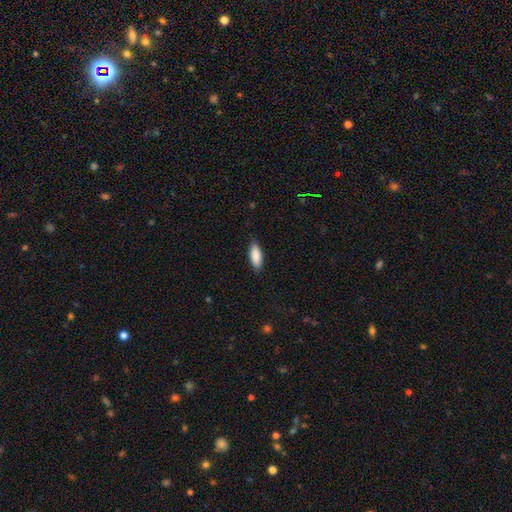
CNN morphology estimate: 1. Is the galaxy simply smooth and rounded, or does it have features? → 88% smooth, 6% featured or disk, 6% star or artifact.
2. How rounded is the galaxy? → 75% in between, 23% cigar-shaped, 2% round.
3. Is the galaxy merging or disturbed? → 85% none, 12% minor disturbance, 2% major disturbance, 1% merger.